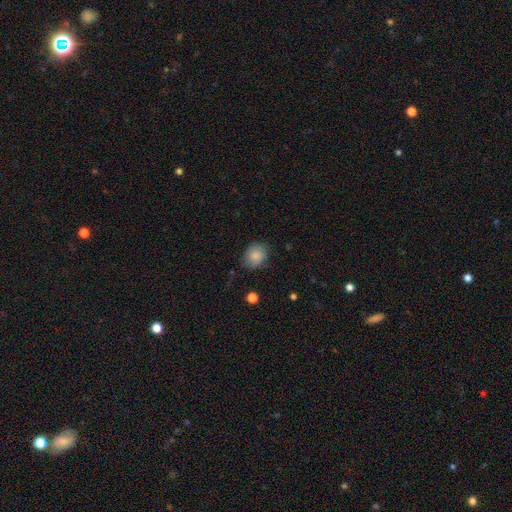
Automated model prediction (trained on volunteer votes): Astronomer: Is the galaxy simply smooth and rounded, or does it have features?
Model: smooth — 82%.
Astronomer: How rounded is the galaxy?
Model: round — 60% (runner-up: in between, 39%).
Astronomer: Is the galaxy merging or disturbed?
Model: none — 73%.